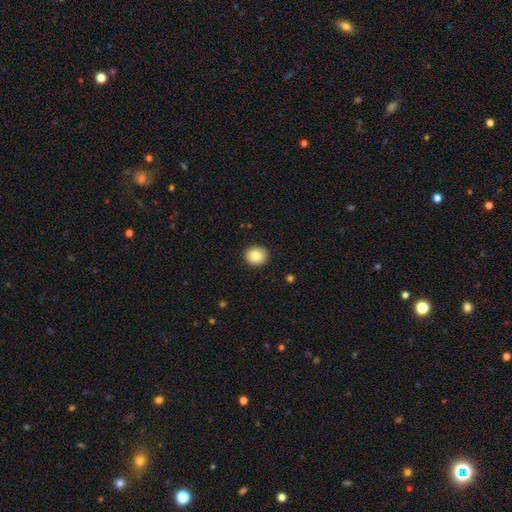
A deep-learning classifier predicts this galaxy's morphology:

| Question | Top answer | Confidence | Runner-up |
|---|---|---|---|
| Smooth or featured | smooth | 85% | star or artifact (9%) |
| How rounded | round | 77% | in between (22%) |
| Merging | none | 91% | minor disturbance (6%) |